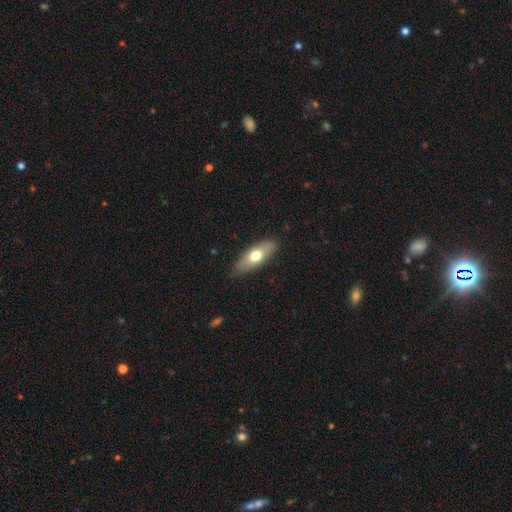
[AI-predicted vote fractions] smooth-or-featured: smooth: 66% | featured or disk: 28% | star or artifact: 6%
  how-rounded: in between: 72% | cigar-shaped: 25% | round: 3%
  merging: none: 81% | minor disturbance: 15% | major disturbance: 3% | merger: 1%